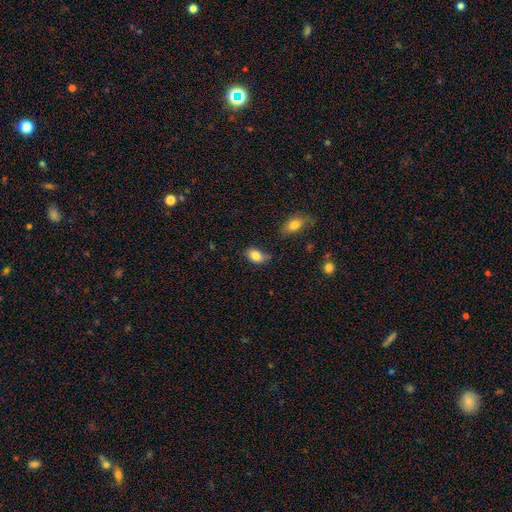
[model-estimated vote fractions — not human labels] Smooth or featured?
  - smooth: 84% *
  - featured or disk: 8%
  - star or artifact: 8%
How rounded?
  - in between: 89% *
  - round: 10%
  - cigar-shaped: 2%
Merging?
  - none: 71% *
  - minor disturbance: 21%
  - merger: 5%
  - major disturbance: 4%